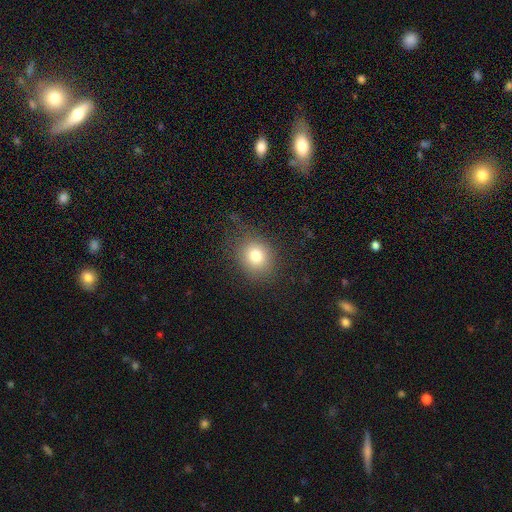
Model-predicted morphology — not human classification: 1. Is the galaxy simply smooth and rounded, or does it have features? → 78% smooth, 12% star or artifact, 10% featured or disk.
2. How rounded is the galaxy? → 65% round, 34% in between, 1% cigar-shaped.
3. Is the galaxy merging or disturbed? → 75% none, 15% minor disturbance, 8% major disturbance, 1% merger.